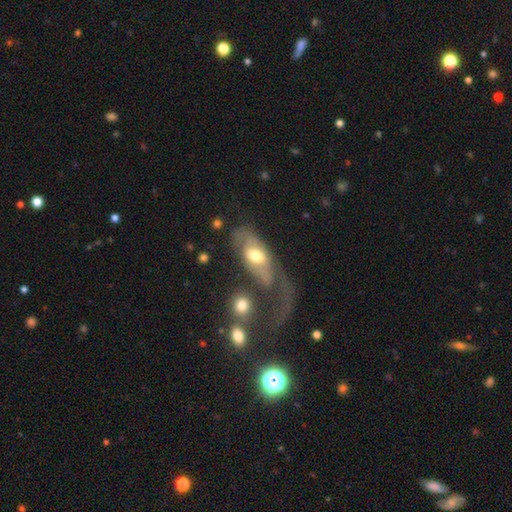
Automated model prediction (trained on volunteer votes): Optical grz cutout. It shows a featured or disk galaxy (49%). Merging: major disturbance (47%).